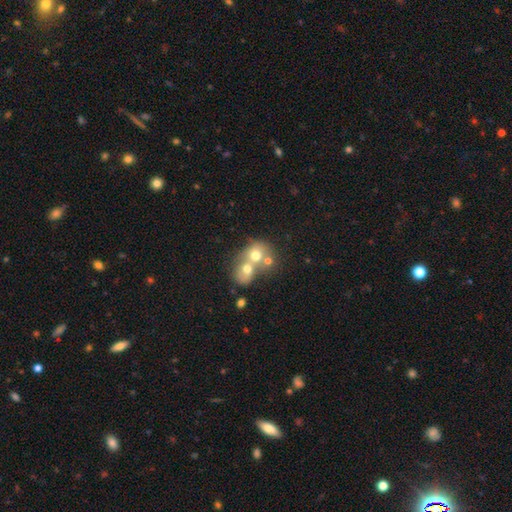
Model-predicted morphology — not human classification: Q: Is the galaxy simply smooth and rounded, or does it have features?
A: smooth — 62%.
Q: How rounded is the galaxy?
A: round — 64%.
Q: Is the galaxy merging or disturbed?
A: merger — 72%.